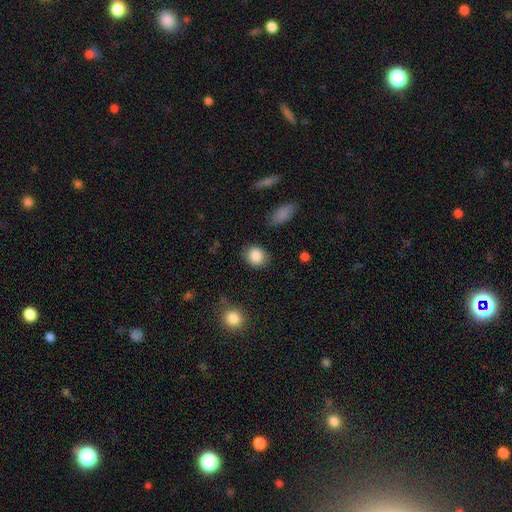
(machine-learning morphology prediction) This is clearly a smooth galaxy (87%). How rounded: likely round (66%). Merging: clearly none (83%).